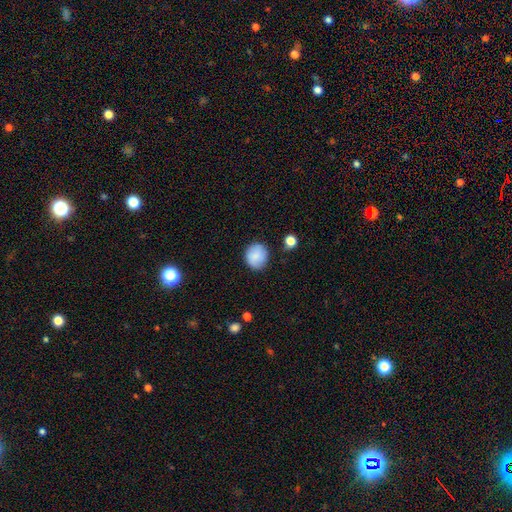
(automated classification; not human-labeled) Smooth or featured? Predicted: smooth (p=0.84). How rounded? Predicted: round (p=0.82). Merging? Predicted: none (p=0.84).